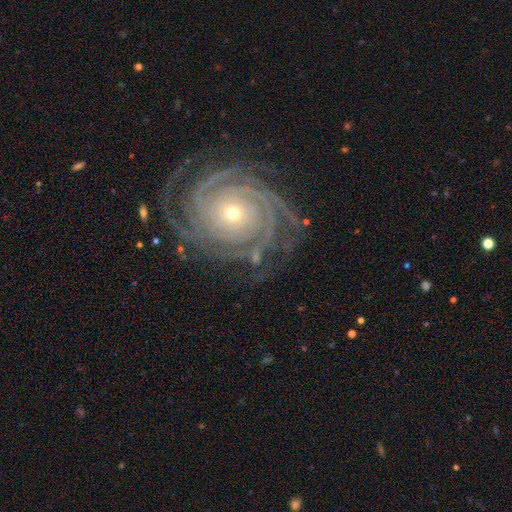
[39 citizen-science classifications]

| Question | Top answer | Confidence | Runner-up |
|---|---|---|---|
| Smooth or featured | featured or disk | 92% | star or artifact (5%) |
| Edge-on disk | no | 100% | — |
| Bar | no | 83% | strong (11%) |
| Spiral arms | yes | 100% | — |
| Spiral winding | tight | 92% | medium (8%) |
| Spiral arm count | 4 | 33% | more than 4 (28%) |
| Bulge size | small | 61% | moderate (33%) |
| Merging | none | 81% | minor disturbance (14%) |